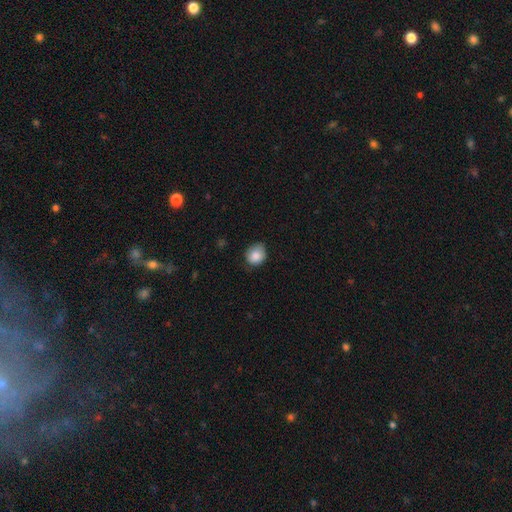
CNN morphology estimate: smooth 87%, star or artifact 8%, featured or disk 5%. Down the decision tree: how rounded — round (74%); merging — none (66%).